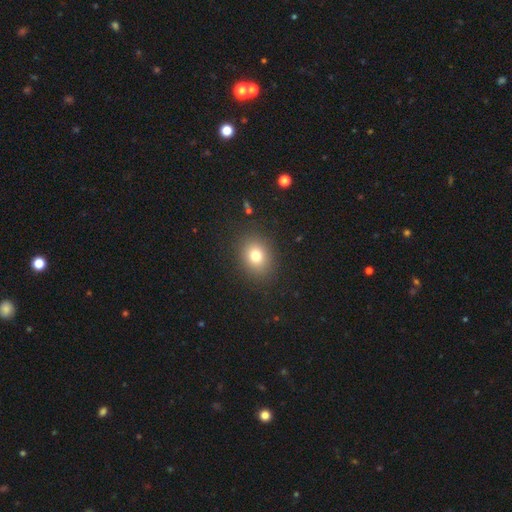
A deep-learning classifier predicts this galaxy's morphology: This appears to be a smooth galaxy with no disk features (77%) that is round (56%). Merging: none (88%).